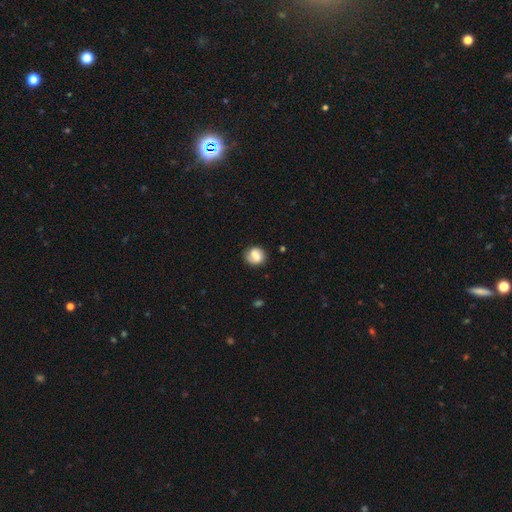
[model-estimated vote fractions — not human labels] Smooth or featured: smooth — 63% (featured or disk — 28%)
How rounded: round — 70% (in between — 28%)
Merging: none — 73% (minor disturbance — 18%)